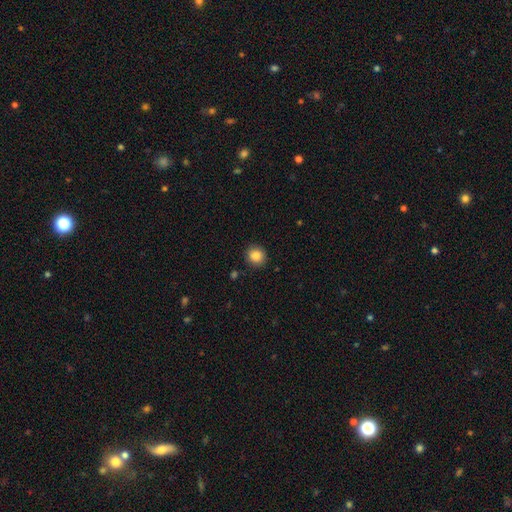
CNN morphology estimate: This is clearly a smooth galaxy (87%). How rounded: clearly round (88%). Merging: clearly none (89%).